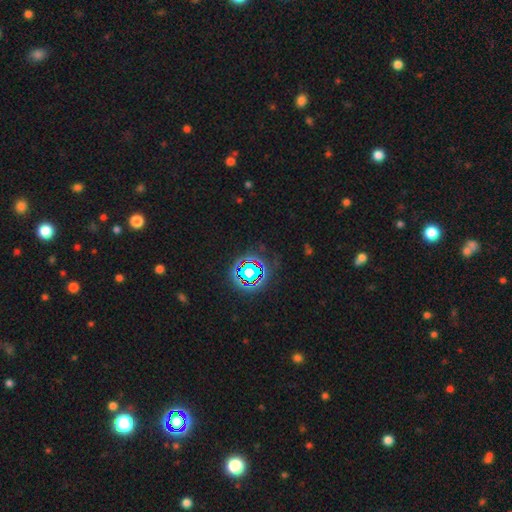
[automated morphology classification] This is likely a star or artifact rather than a galaxy (78%).